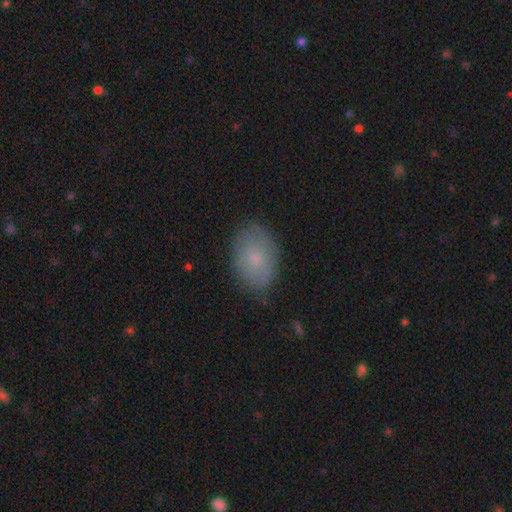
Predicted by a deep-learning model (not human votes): The model was most divided on "smooth or featured": smooth: 72%, featured or disk: 20%, star or artifact: 8%. More confident: how rounded — in between (83%); merging — none (78%).